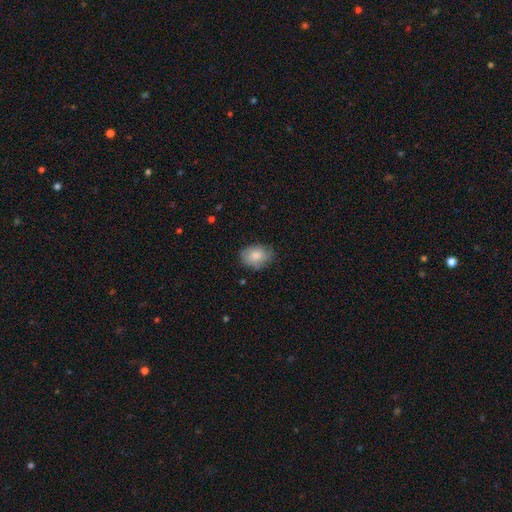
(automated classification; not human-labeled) Smooth or featured?
  - smooth: 82% *
  - featured or disk: 12%
  - star or artifact: 7%
How rounded?
  - in between: 70% *
  - round: 29%
  - cigar-shaped: 1%
Merging?
  - none: 74% *
  - minor disturbance: 21%
  - major disturbance: 4%
  - merger: 1%